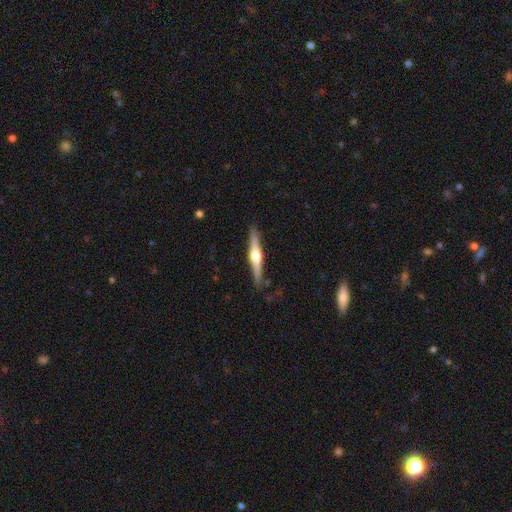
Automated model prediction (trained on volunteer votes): A featured or disk galaxy (75%) viewed edge-on (98%) with a rounded central bulge (94%).

Vote fractions:
- Smooth or featured? featured or disk: 75% / smooth: 20% / star or artifact: 5%
- Edge-on disk? yes: 98% / no: 2%
- Edge-on bulge? rounded: 94% / boxy: 4% / none: 2%
- Merging? none: 88% / minor disturbance: 9% / major disturbance: 2% / merger: 1%